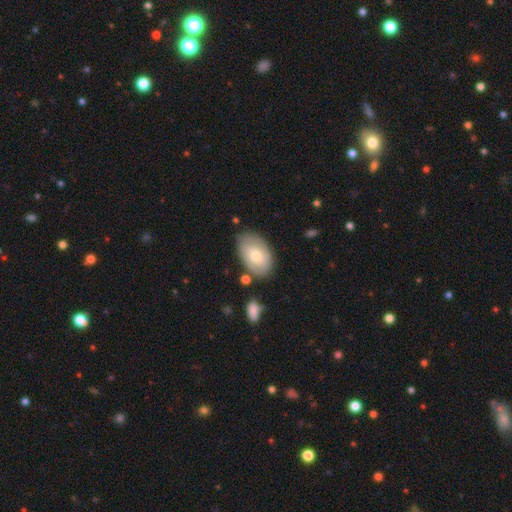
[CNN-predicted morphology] Overall: smooth (57%; featured or disk 36%). How rounded: in between (90%). Merging: none (70%).